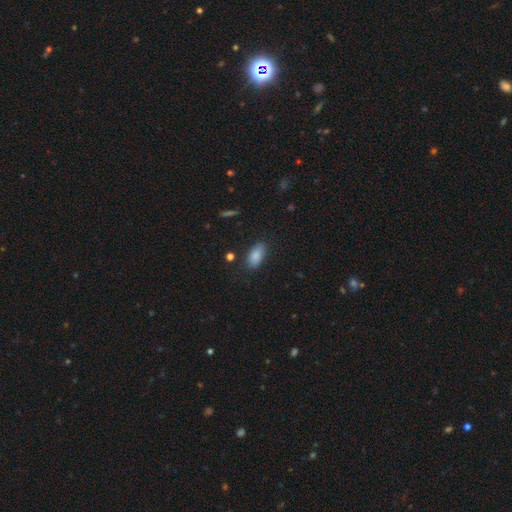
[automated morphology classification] Smooth or featured: smooth — 86% (star or artifact — 8%)
How rounded: in between — 90% (cigar-shaped — 6%)
Merging: none — 79% (minor disturbance — 16%)